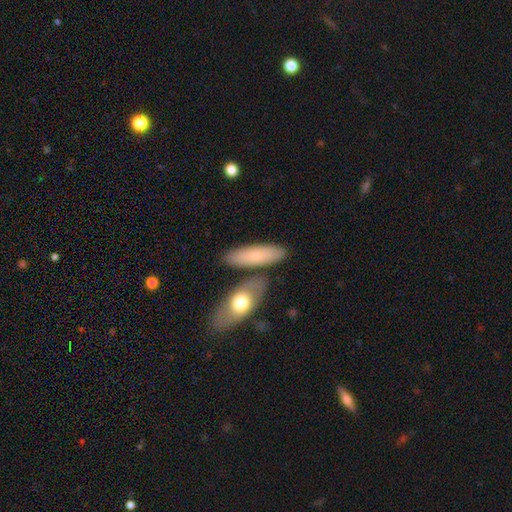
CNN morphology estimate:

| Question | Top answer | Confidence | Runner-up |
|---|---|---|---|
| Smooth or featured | smooth | 70% | featured or disk (25%) |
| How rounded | in between | 51% | cigar-shaped (46%) |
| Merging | none | 76% | merger (12%) |